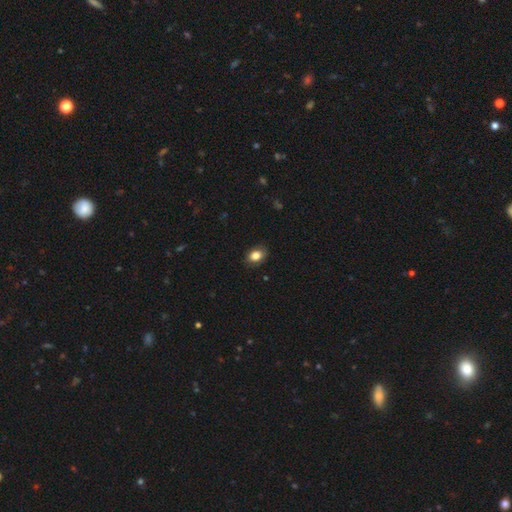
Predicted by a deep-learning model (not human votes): Smooth or featured? Predicted: smooth (p=0.84). How rounded? Predicted: in between (p=0.70). Merging? Predicted: none (p=0.85).